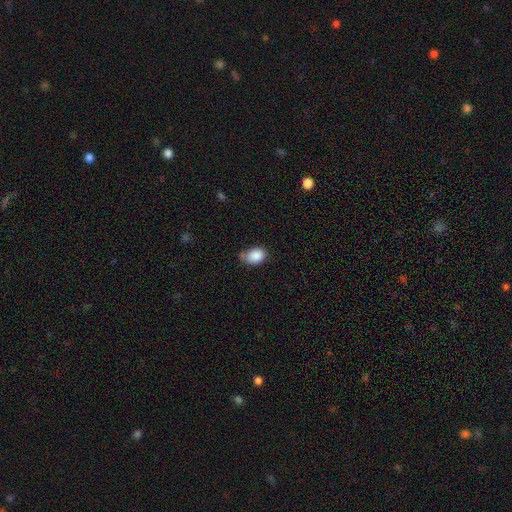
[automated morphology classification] Smooth or featured? Predicted: smooth (p=0.86). How rounded? Predicted: in between (p=0.75). Merging? Predicted: none (p=0.48).